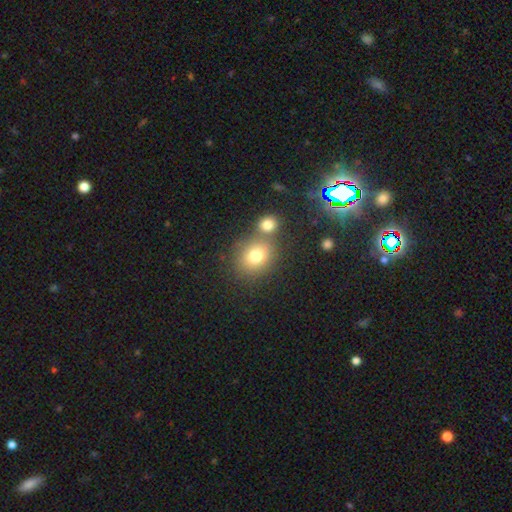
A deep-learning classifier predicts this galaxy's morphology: Smooth or featured? Predicted: smooth (p=0.75). How rounded? Predicted: round (p=0.70). Merging? Predicted: none (p=0.57).